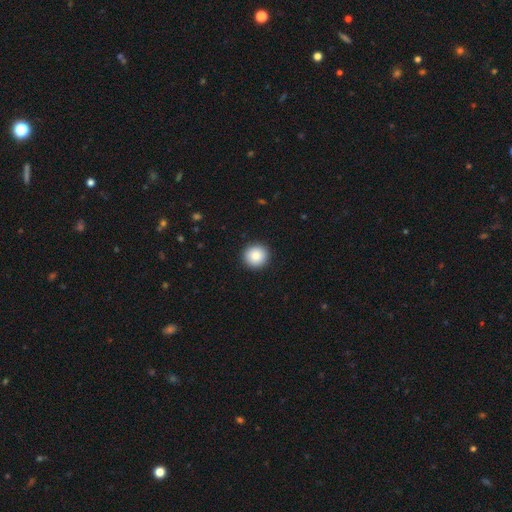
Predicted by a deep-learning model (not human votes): Smooth or featured? Predicted: smooth (p=0.87). How rounded? Predicted: round (p=0.94). Merging? Predicted: none (p=0.93).